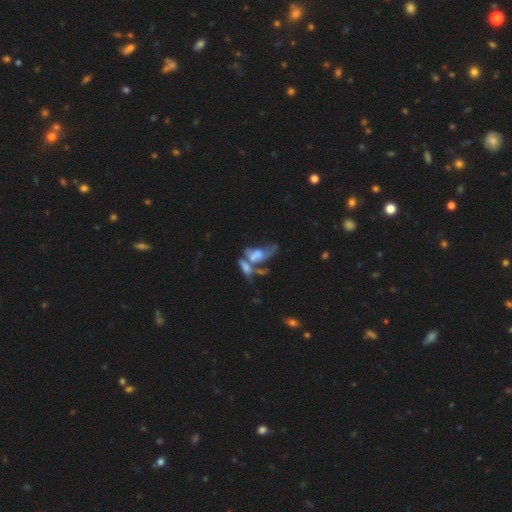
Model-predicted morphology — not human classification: Overall: featured or disk (53%; smooth 35%). Edge-on disk: no (89%). Merging: merger (60%).